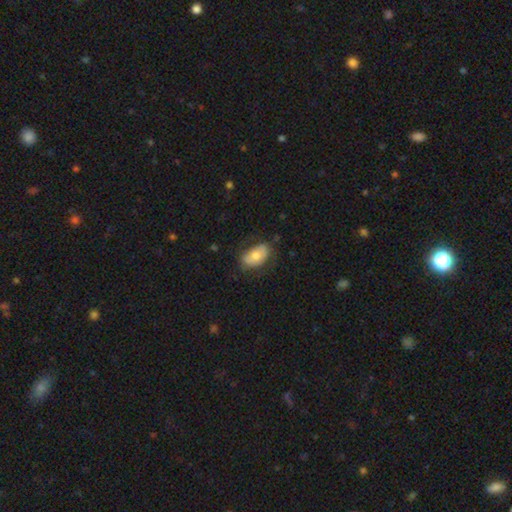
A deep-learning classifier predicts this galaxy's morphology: Overall: smooth (68%). How rounded: in between (91%). Merging: none (68%).